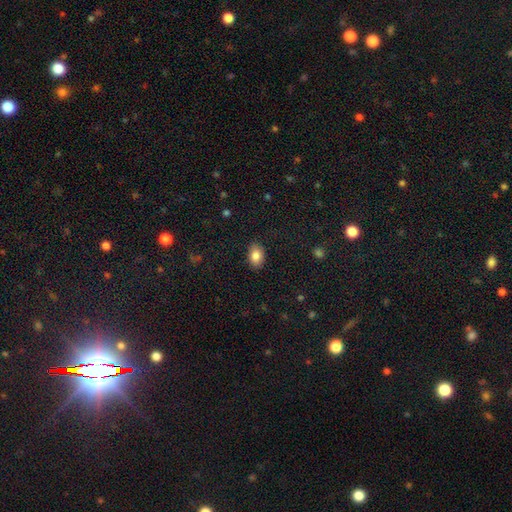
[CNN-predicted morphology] smooth-or-featured: smooth: 84% | featured or disk: 8% | star or artifact: 8%
  how-rounded: in between: 86% | round: 13% | cigar-shaped: 1%
  merging: none: 87% | minor disturbance: 9% | major disturbance: 2% | merger: 1%